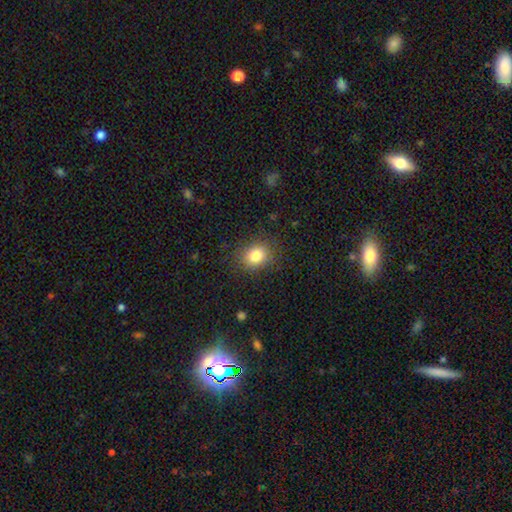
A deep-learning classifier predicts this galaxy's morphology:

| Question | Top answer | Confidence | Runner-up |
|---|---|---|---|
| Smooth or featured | smooth | 82% | star or artifact (11%) |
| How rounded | round | 61% | in between (38%) |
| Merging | none | 85% | minor disturbance (10%) |